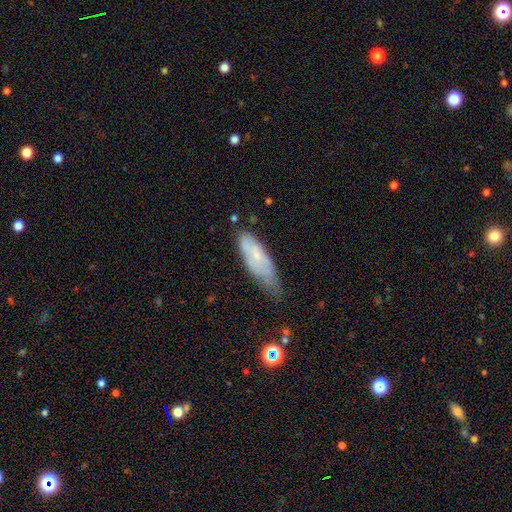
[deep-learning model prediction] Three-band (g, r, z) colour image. It shows a smooth galaxy with no disk features (48%). Merging: minor disturbance (42%).